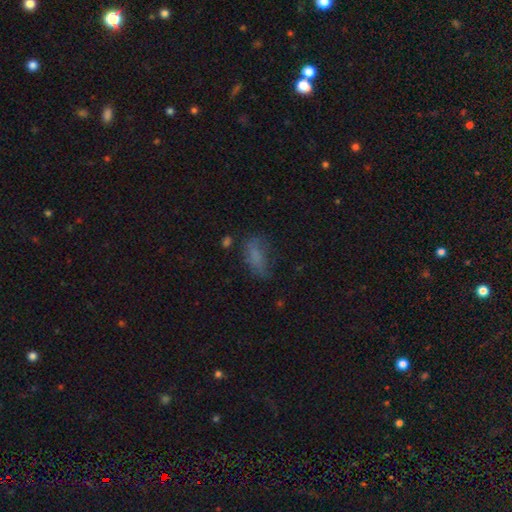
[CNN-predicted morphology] The model was most divided on "merging": none: 50%, minor disturbance: 27%, major disturbance: 19%, merger: 4%. More confident: how rounded — in between (80%); smooth or featured — smooth (68%).